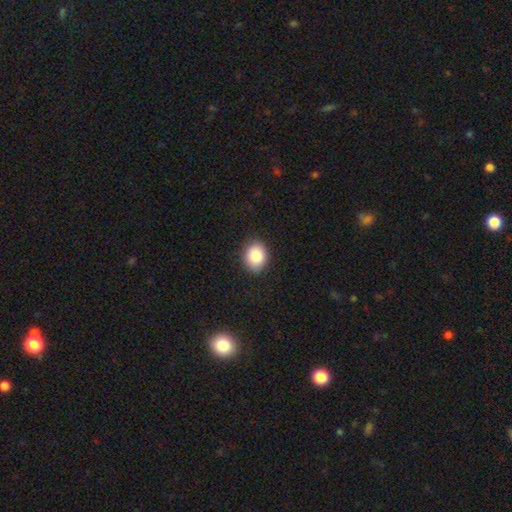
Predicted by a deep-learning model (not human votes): Smooth or featured: smooth — 86% (star or artifact — 8%)
How rounded: in between — 50% (round — 49%)
Merging: none — 88% (minor disturbance — 9%)